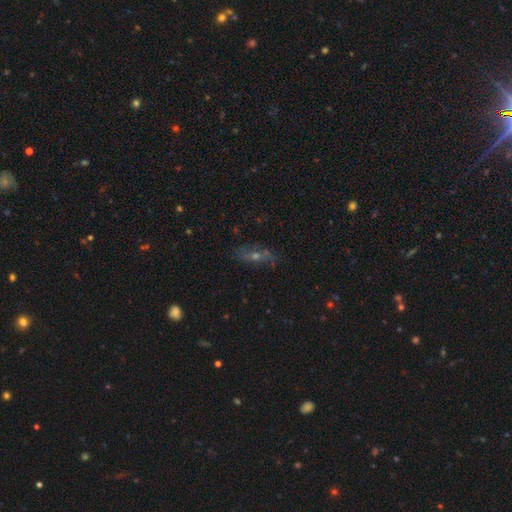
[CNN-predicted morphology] Smooth or featured? Predicted: featured or disk (p=0.45). Merging? Predicted: none (p=0.76).